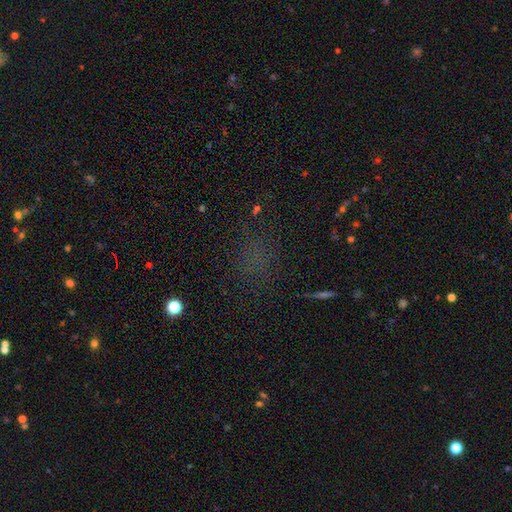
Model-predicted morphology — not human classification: This appears to be a star or artifact, not a galaxy (47%).